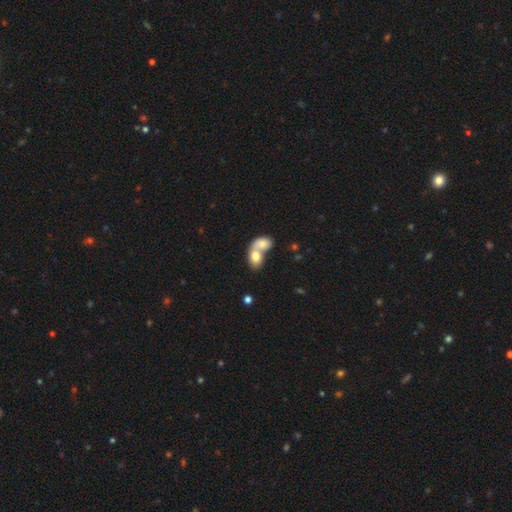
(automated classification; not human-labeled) smooth-or-featured: smooth: 74% | featured or disk: 19% | star or artifact: 7%
  how-rounded: in between: 73% | round: 25% | cigar-shaped: 2%
  merging: merger: 80% | none: 12% | minor disturbance: 4% | major disturbance: 3%